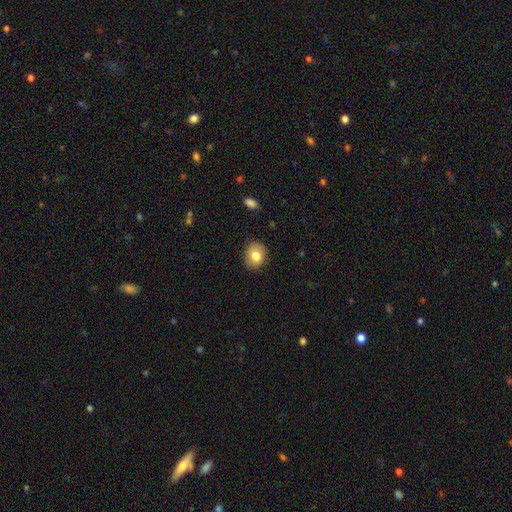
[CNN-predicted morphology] Smooth or featured? Predicted: smooth (p=0.81). How rounded? Predicted: round (p=0.58). Merging? Predicted: none (p=0.84).